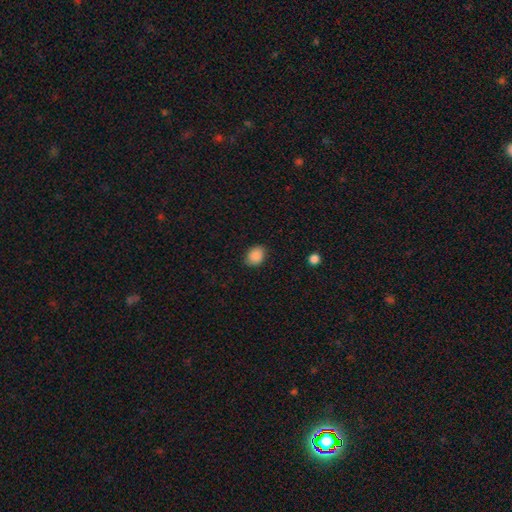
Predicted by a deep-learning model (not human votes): Morphology: type=smooth (89%); roundness=in between (65%); merging=none (85%).